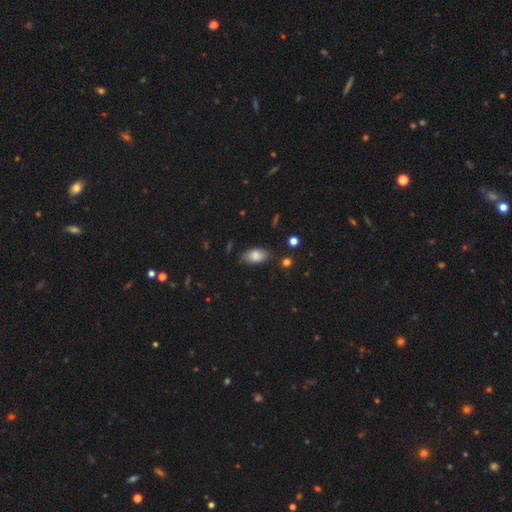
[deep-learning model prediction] The model was most divided on "merging": none: 74%, minor disturbance: 20%, major disturbance: 4%, merger: 2%. More confident: how rounded — in between (91%); smooth or featured — smooth (82%).